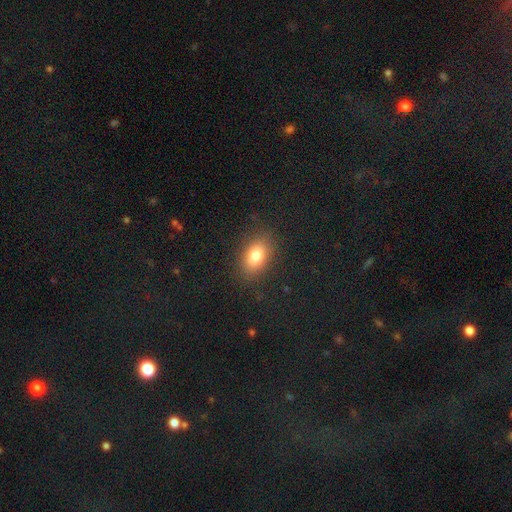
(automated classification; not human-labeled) smooth 81%, star or artifact 10%, featured or disk 10%. Down the decision tree: how rounded — in between (85%); merging — none (85%).